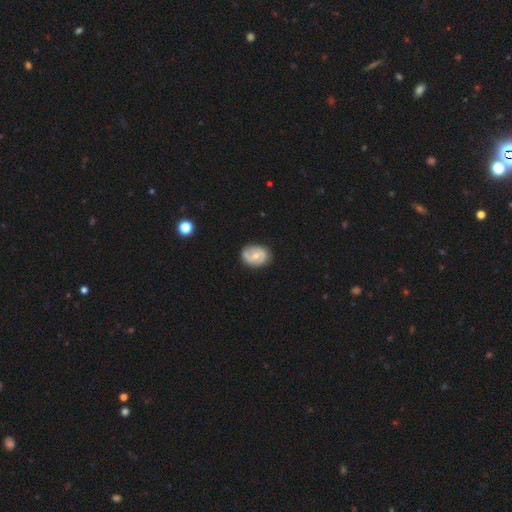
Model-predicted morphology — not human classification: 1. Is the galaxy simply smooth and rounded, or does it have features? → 66% featured or disk, 28% smooth, 6% star or artifact.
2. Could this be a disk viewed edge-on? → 97% no, 3% yes.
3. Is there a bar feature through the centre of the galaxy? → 53% no, 37% weak, 10% strong.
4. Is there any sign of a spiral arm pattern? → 75% yes, 25% no.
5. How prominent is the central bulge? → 59% moderate, 36% small, 2% large, 1% none, 1% dominant.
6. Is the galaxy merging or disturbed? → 78% none, 17% minor disturbance, 4% major disturbance, 1% merger.